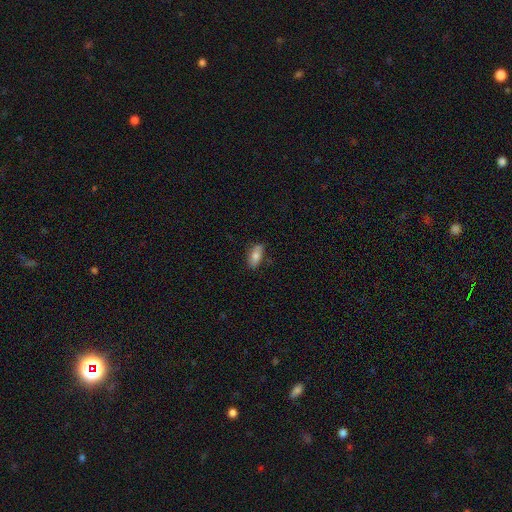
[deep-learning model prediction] Morphology: type=smooth (75%); roundness=in between (84%); merging=none (76%).